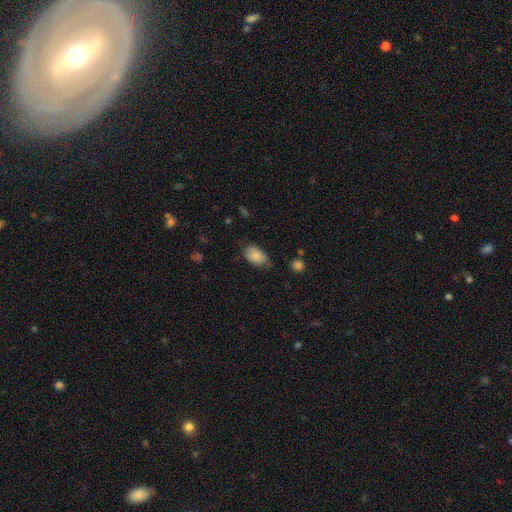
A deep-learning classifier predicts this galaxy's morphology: smooth_or_featured: smooth (p=0.85) [alt: star or artifact p=0.07]
how_rounded: in between (p=0.90) [alt: round p=0.08]
merging: none (p=0.59) [alt: minor disturbance p=0.32]